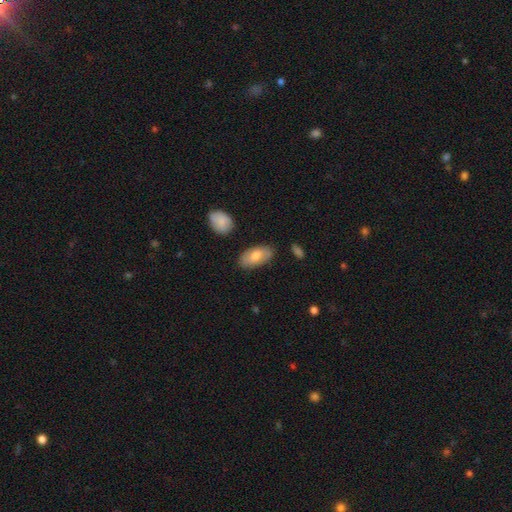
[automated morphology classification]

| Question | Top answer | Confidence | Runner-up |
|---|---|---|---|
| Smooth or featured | smooth | 73% | featured or disk (22%) |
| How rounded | in between | 93% | cigar-shaped (4%) |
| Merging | none | 82% | minor disturbance (13%) |